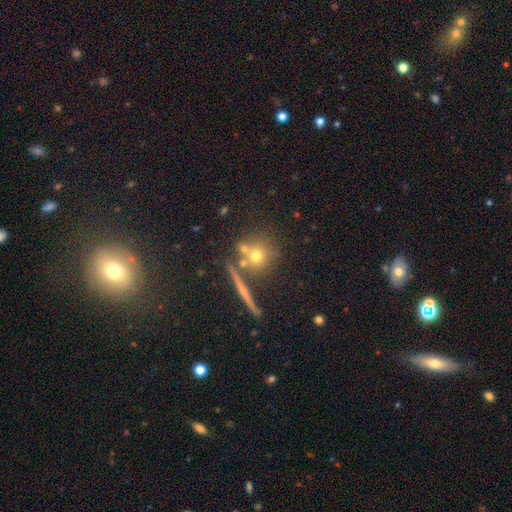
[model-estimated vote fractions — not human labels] smooth-or-featured: smooth: 60% | featured or disk: 23% | star or artifact: 17%
  how-rounded: round: 86% | in between: 9% | cigar-shaped: 5%
  merging: none: 66% | merger: 20% | minor disturbance: 10% | major disturbance: 4%